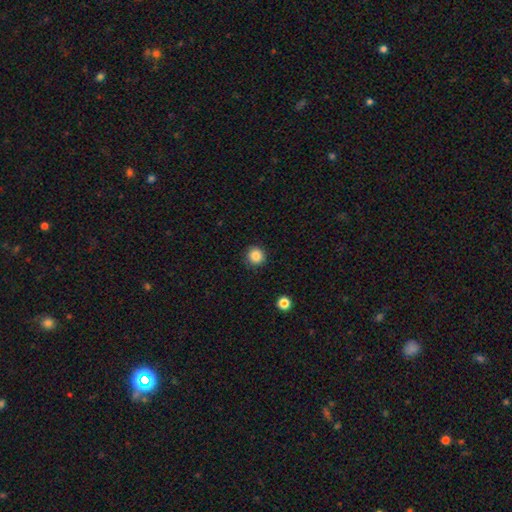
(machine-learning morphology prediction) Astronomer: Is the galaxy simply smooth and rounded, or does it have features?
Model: smooth — 86%.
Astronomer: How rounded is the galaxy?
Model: round — 94%.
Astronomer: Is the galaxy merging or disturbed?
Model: none — 91%.